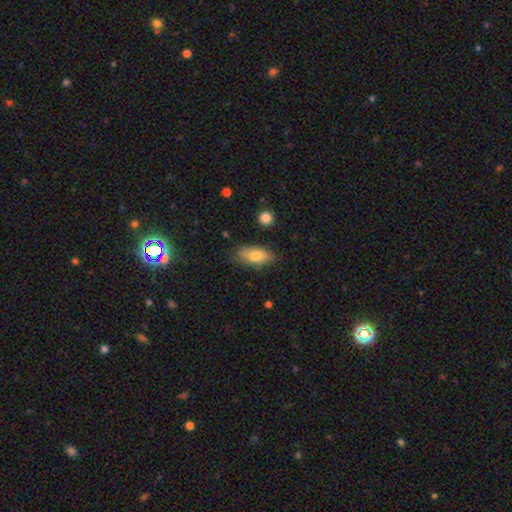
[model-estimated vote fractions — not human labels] smooth_or_featured: smooth (p=0.77) [alt: featured or disk p=0.16]
how_rounded: in between (p=0.85) [alt: cigar-shaped p=0.11]
merging: none (p=0.74) [alt: minor disturbance p=0.20]